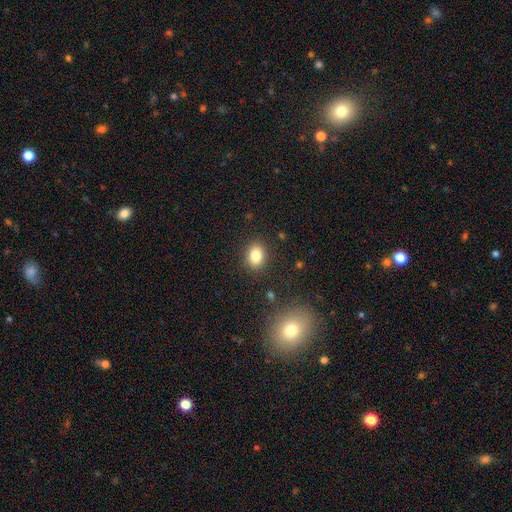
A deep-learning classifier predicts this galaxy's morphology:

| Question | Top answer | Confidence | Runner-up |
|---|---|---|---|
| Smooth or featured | smooth | 82% | star or artifact (10%) |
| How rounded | in between | 58% | round (41%) |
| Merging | none | 88% | minor disturbance (8%) |